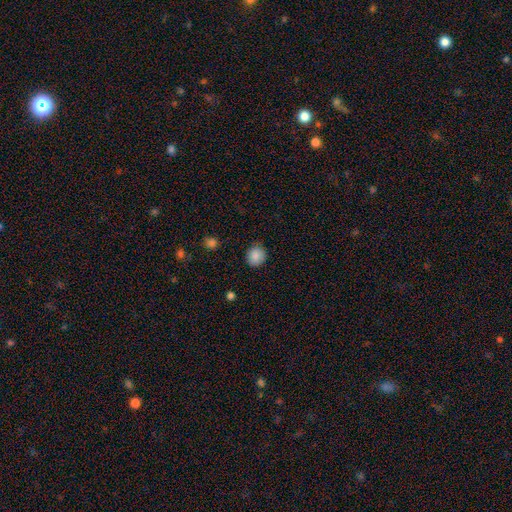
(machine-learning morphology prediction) Smooth or featured? Predicted: smooth (p=0.87). How rounded? Predicted: round (p=0.80). Merging? Predicted: none (p=0.86).